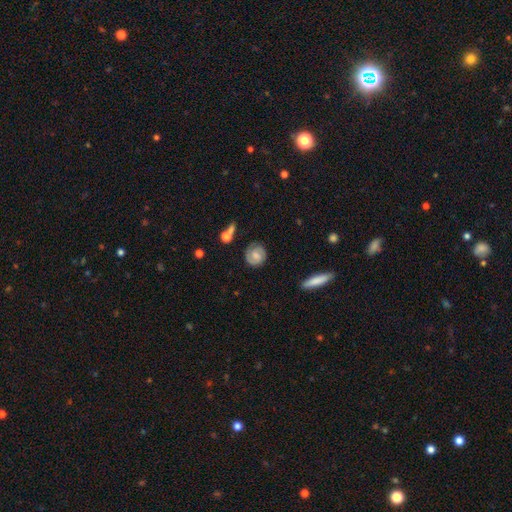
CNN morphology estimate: The model was most divided on "bar": no: 50%, weak: 40%, strong: 10%. Remaining: edge-on disk — no (96%); spiral arms — yes (88%); merging — none (76%); smooth or featured — featured or disk (55%); bulge size — moderate (37%).